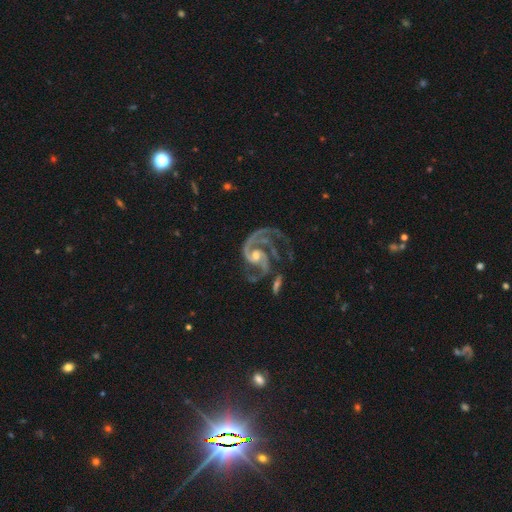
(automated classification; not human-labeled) Smooth or featured? Predicted: featured or disk (p=0.93). Edge-on disk? Predicted: no (p=0.98). Bar? Predicted: no (p=0.53). Spiral arms? Predicted: yes (p=0.98). Spiral winding? Predicted: medium (p=0.56). Spiral arm count? Predicted: 2 (p=0.56). Bulge size? Predicted: moderate (p=0.59). Merging? Predicted: none (p=0.39).